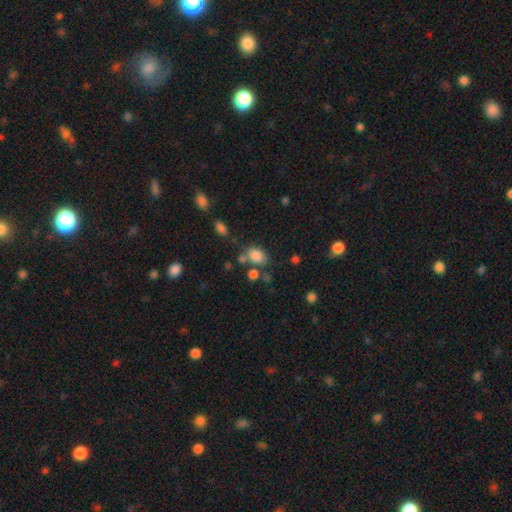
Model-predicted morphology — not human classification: A smooth galaxy with no disk features (82%) that is in between round and cigar-shaped (73%). Merging: none (60%).